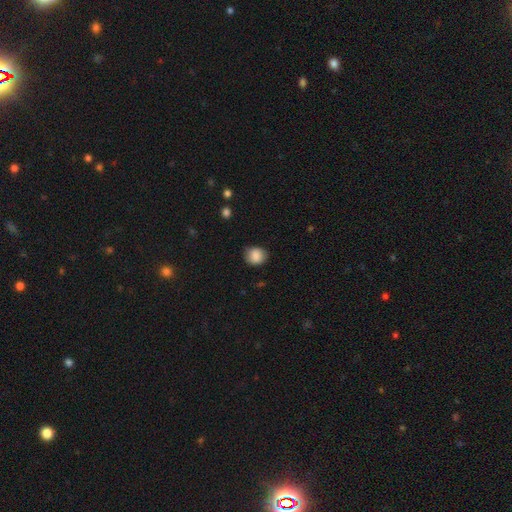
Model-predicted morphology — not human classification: A smooth galaxy with no disk features (87%) that is round (73%). Merging: none (75%).